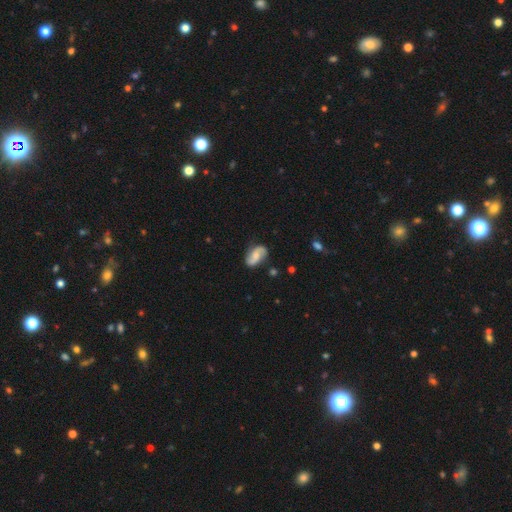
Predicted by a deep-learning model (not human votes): The model was most divided on "bulge size": small: 36%, moderate: 30%, none: 26%, large: 5%, dominant: 2%. More confident: edge-on disk — no (97%); spiral arms — yes (95%); spiral arm count — 2 (91%); merging — none (76%); smooth or featured — featured or disk (71%); spiral winding — loose (52%); bar — no (50%).